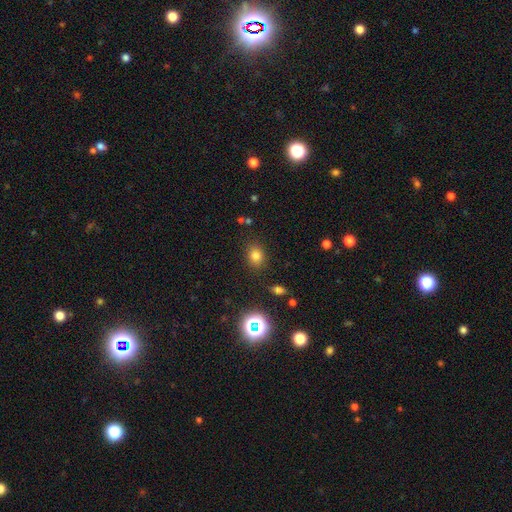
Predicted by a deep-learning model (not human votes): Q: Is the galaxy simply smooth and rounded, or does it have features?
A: smooth — 77%.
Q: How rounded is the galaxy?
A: round — 61%.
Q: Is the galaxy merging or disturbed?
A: none — 85%.